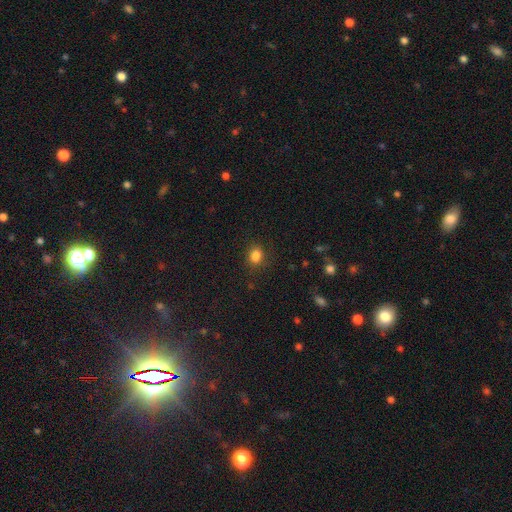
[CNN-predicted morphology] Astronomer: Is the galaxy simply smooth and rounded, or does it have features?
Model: smooth — 84%.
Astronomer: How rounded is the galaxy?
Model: in between — 58% (runner-up: round, 41%).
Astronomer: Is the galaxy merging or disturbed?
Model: none — 80%.